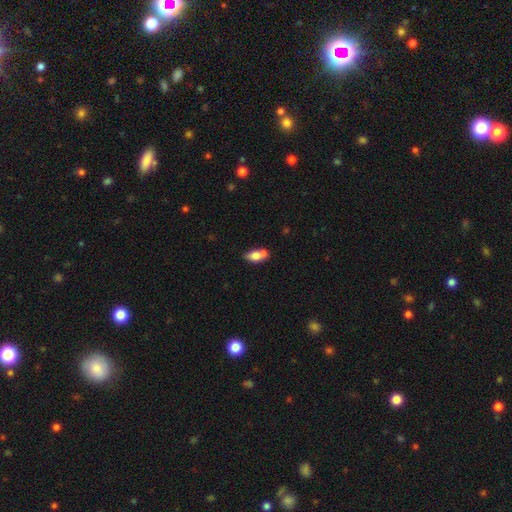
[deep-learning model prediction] Smooth or featured: smooth — 71% (featured or disk — 22%)
How rounded: in between — 83% (cigar-shaped — 12%)
Merging: none — 48% (merger — 29%)